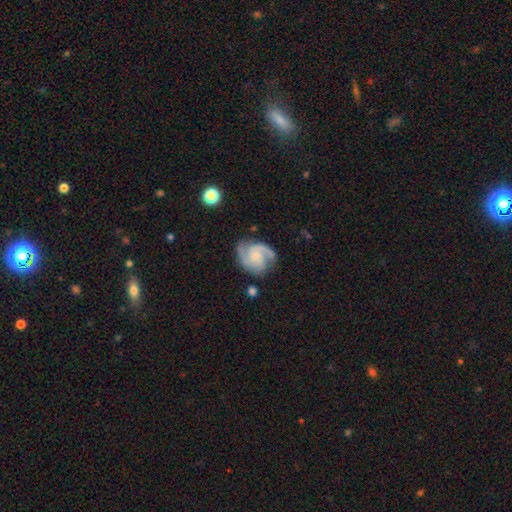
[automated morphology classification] Smooth or featured? featured or disk (88%)
Edge-on disk? no (98%)
Bar? no (66%)
Spiral arms? yes (98%)
Spiral winding? medium (54%)
Spiral arm count? 2 (53%)
Bulge size? small (64%)
Merging? none (74%)